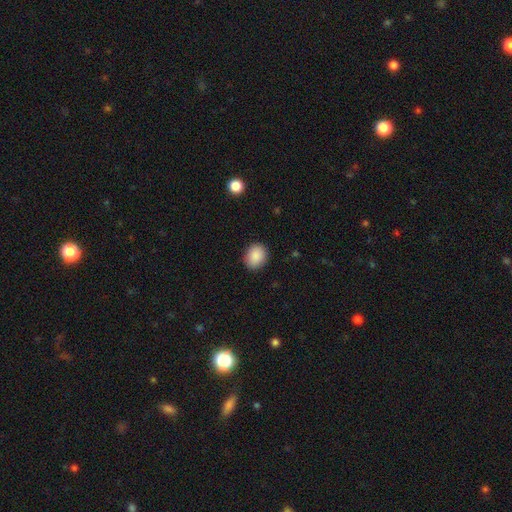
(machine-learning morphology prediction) smooth 89%, star or artifact 7%, featured or disk 4%. Down the decision tree: how rounded — round (55%); merging — none (88%).